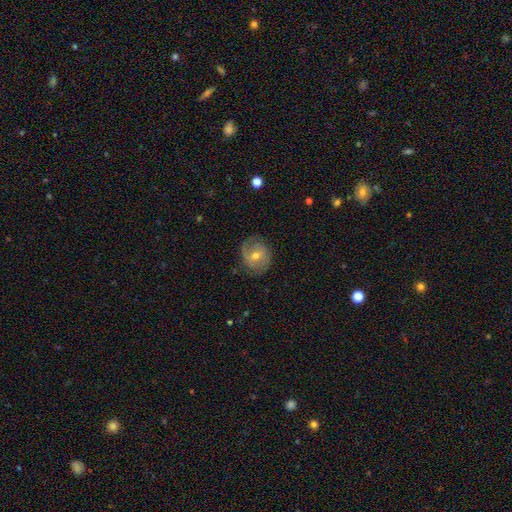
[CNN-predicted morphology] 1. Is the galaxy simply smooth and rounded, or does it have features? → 69% featured or disk, 23% smooth, 9% star or artifact.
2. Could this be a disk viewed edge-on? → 97% no, 3% yes.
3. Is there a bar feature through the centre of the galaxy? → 46% no, 42% weak, 12% strong.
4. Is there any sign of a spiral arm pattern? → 86% yes, 14% no.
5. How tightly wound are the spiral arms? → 42% tight, 40% medium, 17% loose.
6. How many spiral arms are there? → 64% 2, 19% can't tell, 7% 1, 5% 3, 2% 4, 2% more than 4.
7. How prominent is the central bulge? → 58% moderate, 39% small, 2% large, 1% none, 1% dominant.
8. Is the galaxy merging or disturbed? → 76% none, 17% minor disturbance, 6% major disturbance, 1% merger.